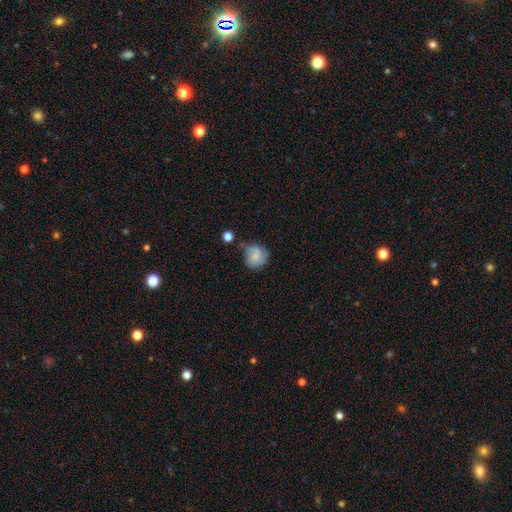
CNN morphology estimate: Q: Smooth or featured?
A: smooth (62%); runner-up: featured or disk (29%)
Q: How rounded?
A: round (77%); runner-up: in between (22%)
Q: Merging?
A: none (45%); runner-up: minor disturbance (31%)